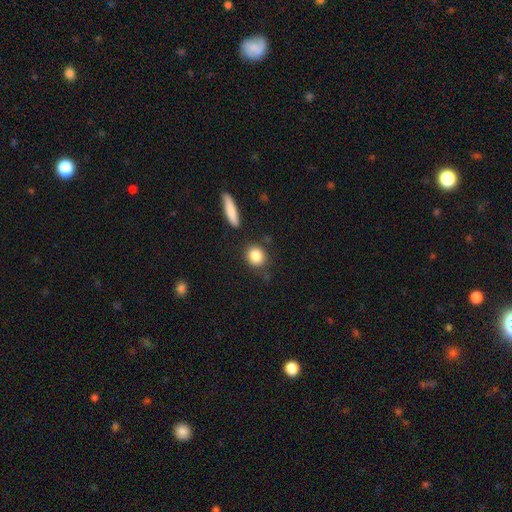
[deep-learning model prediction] This appears to be a smooth galaxy with no disk features (84%) that is round (72%). Merging: none (79%).